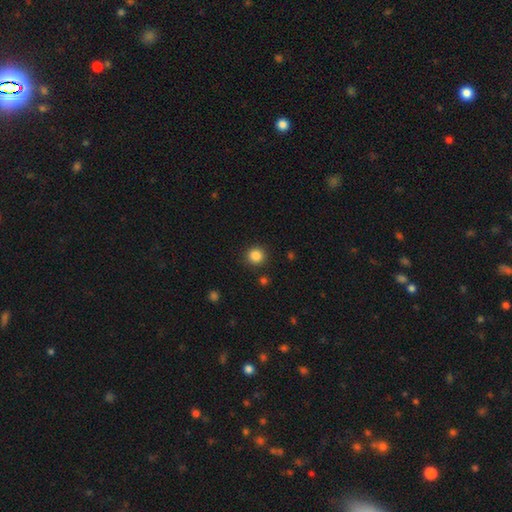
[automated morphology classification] Q: Smooth or featured?
A: smooth (85%); runner-up: star or artifact (11%)
Q: How rounded?
A: round (93%); runner-up: in between (6%)
Q: Merging?
A: none (91%); runner-up: minor disturbance (6%)